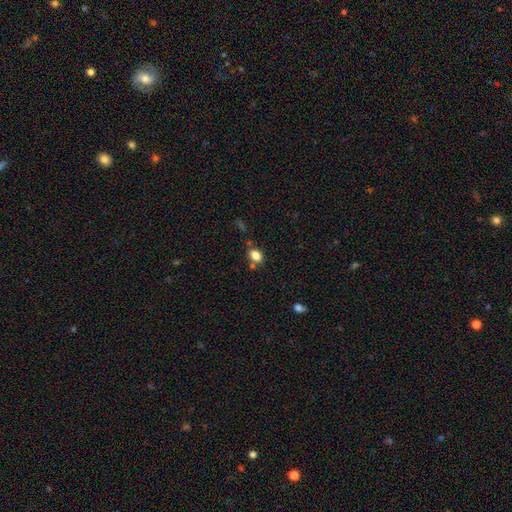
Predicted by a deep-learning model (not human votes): This appears to be a smooth galaxy with no disk features (82%) that is in between round and cigar-shaped (78%). Merging: none (67%).